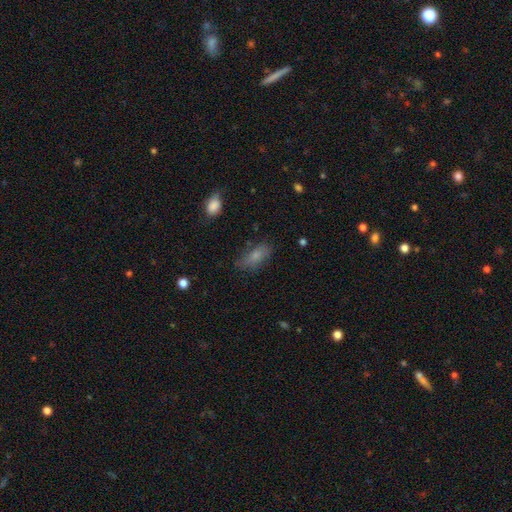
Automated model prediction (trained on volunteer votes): smooth 76%, featured or disk 15%, star or artifact 9%. Down the decision tree: how rounded — in between (82%); merging — none (67%).